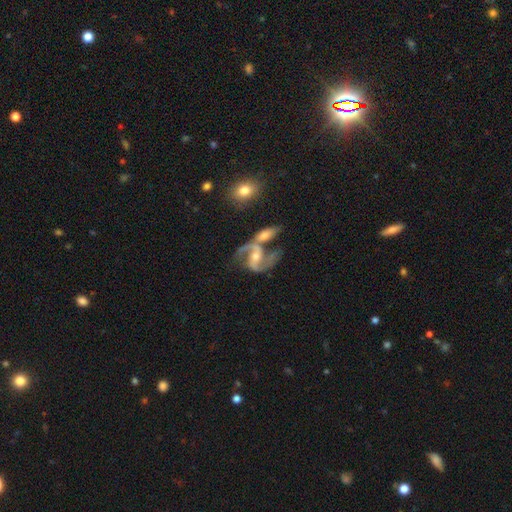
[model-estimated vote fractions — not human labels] Overall: featured or disk (90%). Edge-on disk: no (97%). Bar: weak (41%; no 33%). Spiral arms: yes (97%). Spiral arm count: 2 (91%). Spiral winding: medium (51%; loose 37%). Bulge size: moderate (47%, tied with small). Merging: none (40%; merger 33%).